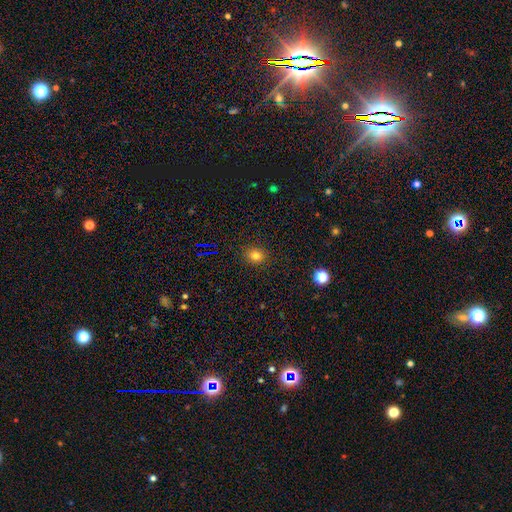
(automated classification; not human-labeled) A smooth galaxy with no disk features (78%) that is round (64%).

Vote fractions:
- Smooth or featured? smooth: 78% / star or artifact: 16% / featured or disk: 7%
- How rounded? round: 64% / in between: 35% / cigar-shaped: 1%
- Merging? none: 88% / minor disturbance: 8% / major disturbance: 3% / merger: 1%